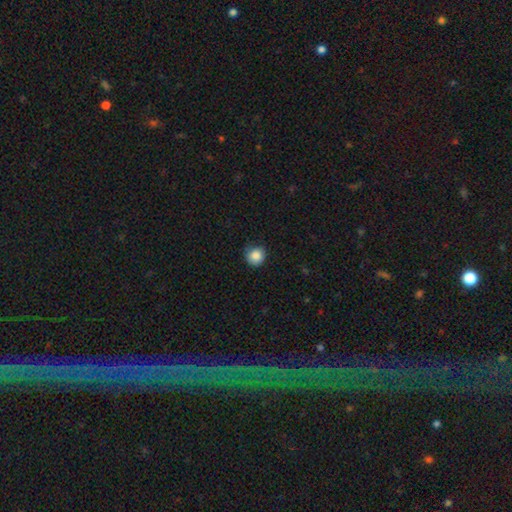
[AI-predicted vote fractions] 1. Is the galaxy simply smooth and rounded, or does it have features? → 86% smooth, 9% star or artifact, 5% featured or disk.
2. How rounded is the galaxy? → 92% round, 7% in between, 1% cigar-shaped.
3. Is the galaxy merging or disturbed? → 76% none, 19% minor disturbance, 3% major disturbance, 1% merger.